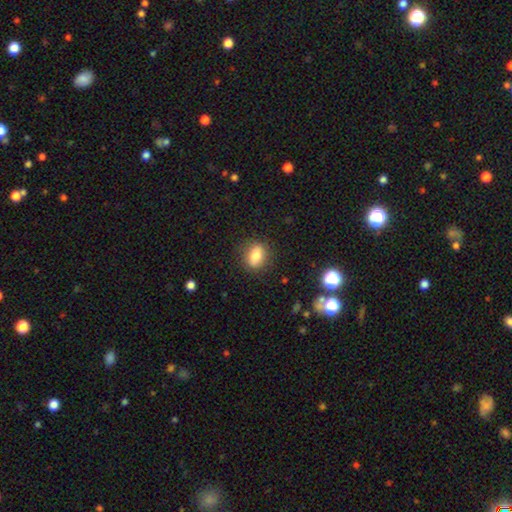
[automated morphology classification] A smooth galaxy with no disk features (79%) that is in between round and cigar-shaped (68%). Merging: none (85%).